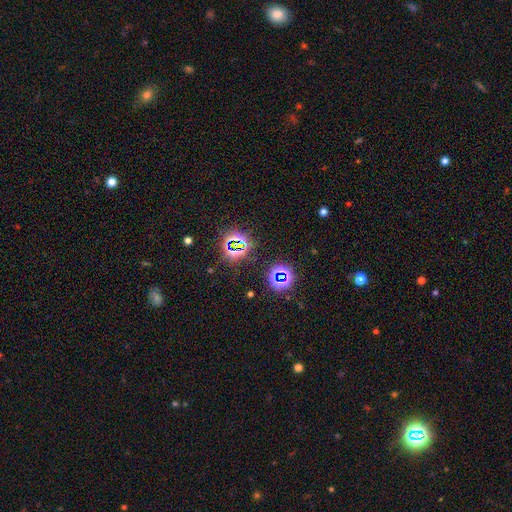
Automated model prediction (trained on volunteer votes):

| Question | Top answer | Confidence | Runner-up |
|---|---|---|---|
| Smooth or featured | star or artifact | 78% | smooth (14%) |